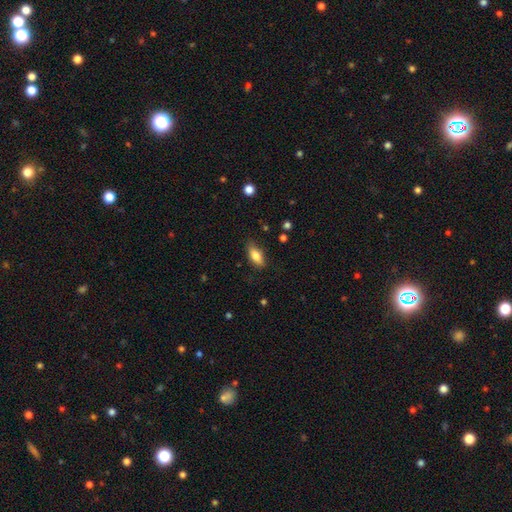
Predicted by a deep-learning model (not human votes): Smooth or featured: smooth — 81% (featured or disk — 12%)
How rounded: in between — 82% (cigar-shaped — 15%)
Merging: none — 79% (minor disturbance — 16%)